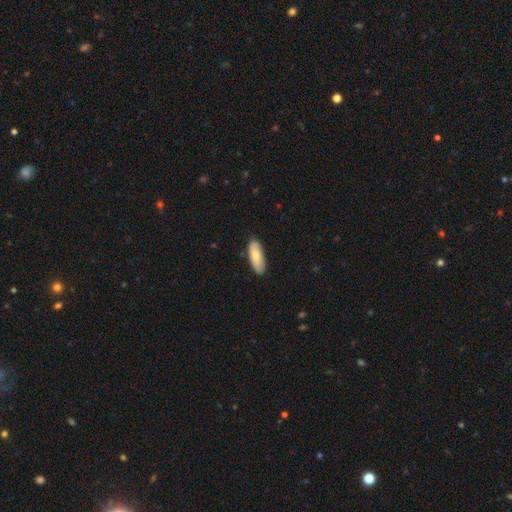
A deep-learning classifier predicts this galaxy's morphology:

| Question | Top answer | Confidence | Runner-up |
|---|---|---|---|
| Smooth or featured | smooth | 74% | featured or disk (21%) |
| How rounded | in between | 72% | cigar-shaped (26%) |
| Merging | none | 84% | minor disturbance (13%) |